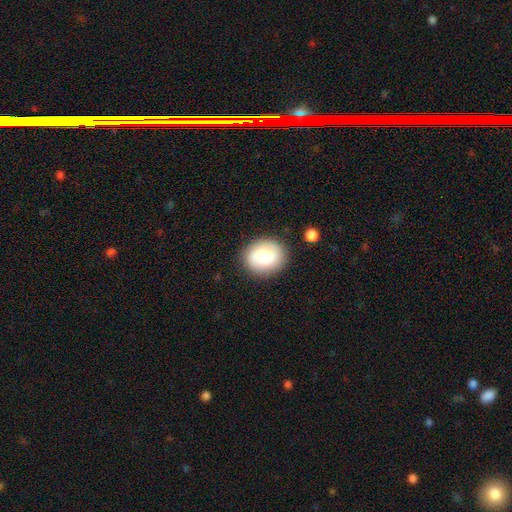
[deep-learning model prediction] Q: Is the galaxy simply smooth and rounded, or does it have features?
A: smooth — 71%.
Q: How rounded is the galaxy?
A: round — 67%.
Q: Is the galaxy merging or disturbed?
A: none — 82%.